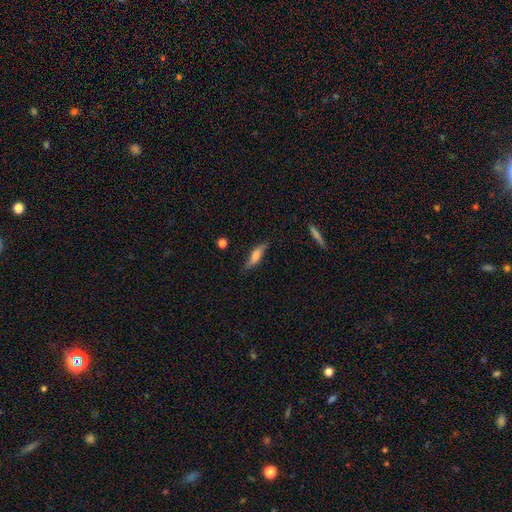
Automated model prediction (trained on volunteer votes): This is possibly a smooth galaxy (56%). How rounded: likely cigar-shaped (61%). Merging: likely none (78%).